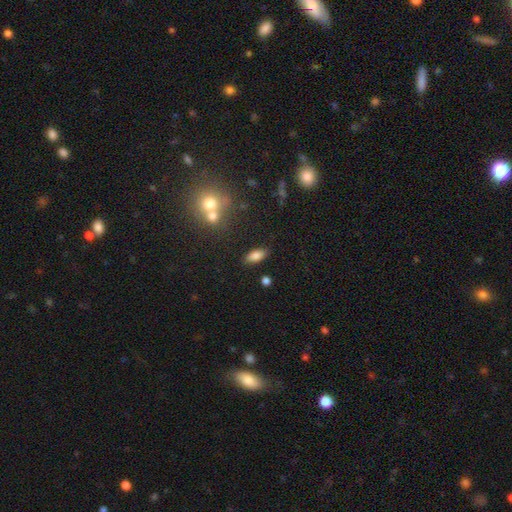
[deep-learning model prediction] The model was most divided on "how rounded": in between: 84%, cigar-shaped: 12%, round: 3%. More confident: merging — none (84%); smooth or featured — smooth (82%).